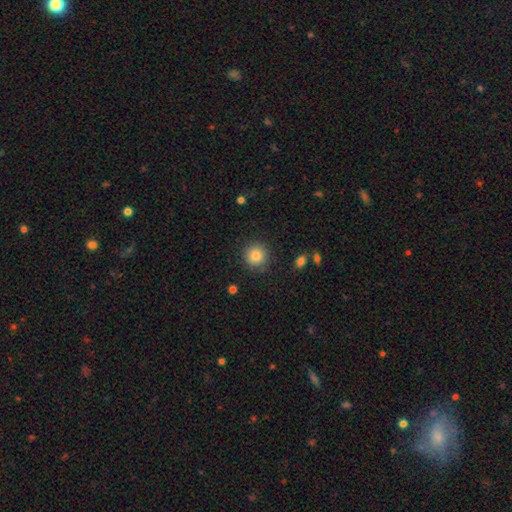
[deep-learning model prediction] A smooth galaxy with no disk features (83%) that is round (94%).

Vote fractions:
- Smooth or featured? smooth: 83% / star or artifact: 10% / featured or disk: 7%
- How rounded? round: 94% / in between: 5% / cigar-shaped: 1%
- Merging? none: 88% / minor disturbance: 8% / major disturbance: 3% / merger: 2%